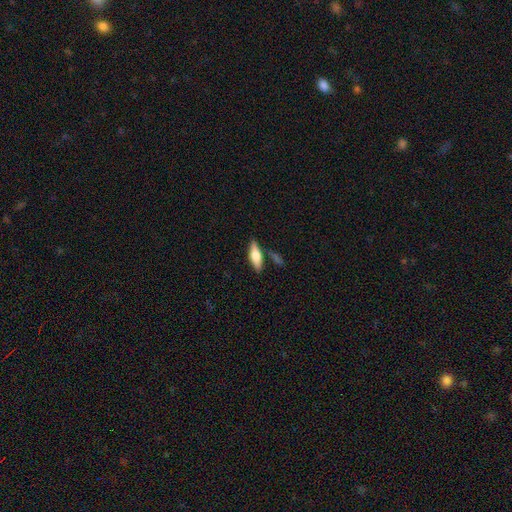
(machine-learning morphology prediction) Q: Smooth or featured?
A: smooth (61%); runner-up: featured or disk (33%)
Q: How rounded?
A: in between (55%); runner-up: cigar-shaped (42%)
Q: Merging?
A: none (76%); runner-up: minor disturbance (14%)